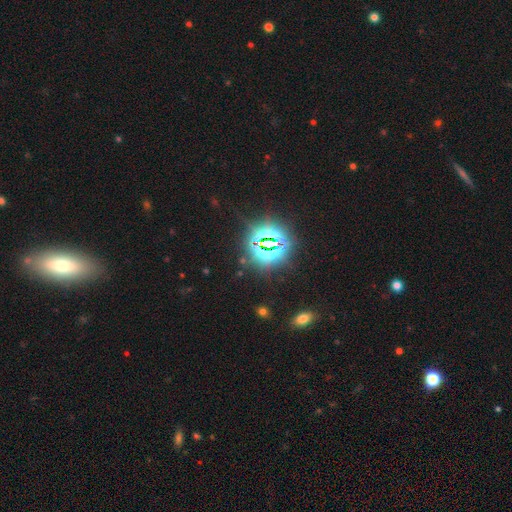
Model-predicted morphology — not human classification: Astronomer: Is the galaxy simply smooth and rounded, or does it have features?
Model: star or artifact — 79%.